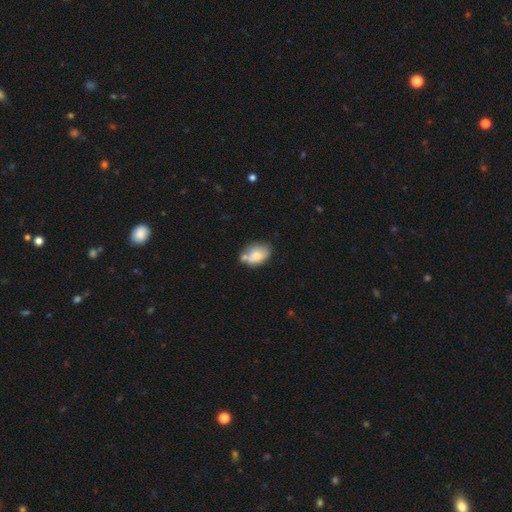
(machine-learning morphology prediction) This is likely a smooth galaxy (74%). How rounded: clearly in between (84%). Merging: possibly none (49%).